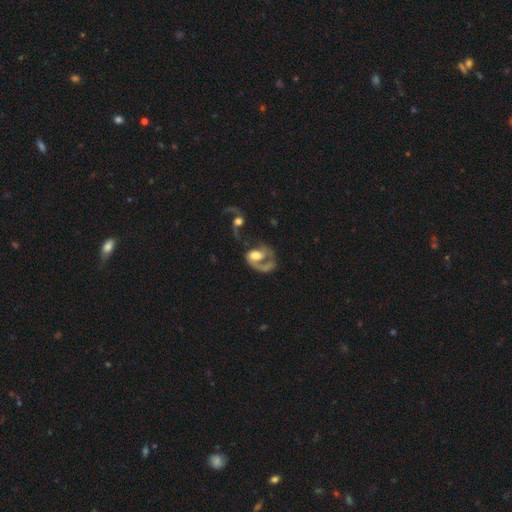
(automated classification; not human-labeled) Smooth or featured: featured or disk — 66% (smooth — 26%)
Edge-on disk: no — 97% (yes — 3%)
Bar: no — 65% (weak — 26%)
Spiral arms: yes — 70% (no — 30%)
Bulge size: moderate — 43% (large — 32%)
Merging: major disturbance — 44% (none — 23%)